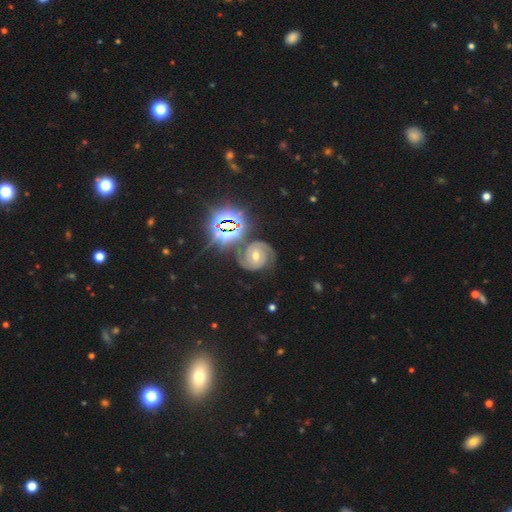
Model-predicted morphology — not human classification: Smooth or featured? Predicted: featured or disk (p=0.73). Edge-on disk? Predicted: no (p=0.98). Bar? Predicted: no (p=0.53). Spiral arms? Predicted: yes (p=0.97). Spiral winding? Predicted: tight (p=0.64). Spiral arm count? Predicted: 2 (p=0.76). Bulge size? Predicted: moderate (p=0.66). Merging? Predicted: none (p=0.74).